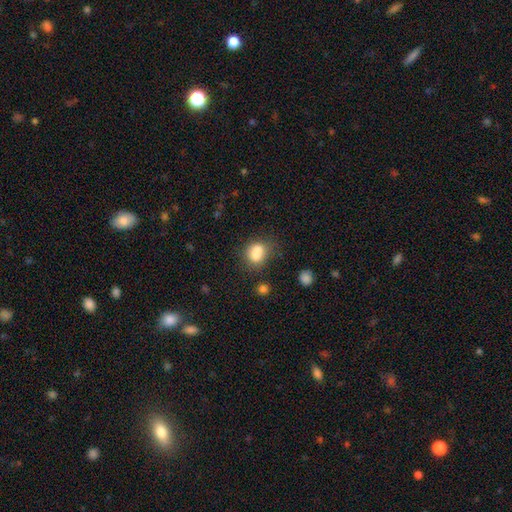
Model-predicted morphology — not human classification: Q: Smooth or featured?
A: smooth (70%); runner-up: featured or disk (19%)
Q: How rounded?
A: round (67%); runner-up: in between (32%)
Q: Merging?
A: merger (58%); runner-up: none (29%)